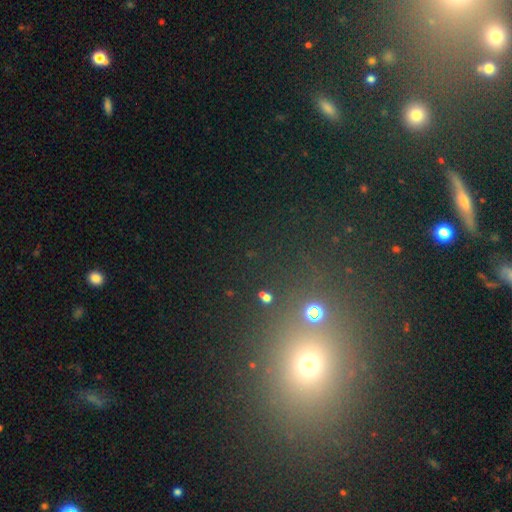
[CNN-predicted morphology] A star or artifact, not a galaxy (53%).

Vote fractions:
- Smooth or featured? star or artifact: 53% / smooth: 37% / featured or disk: 11%